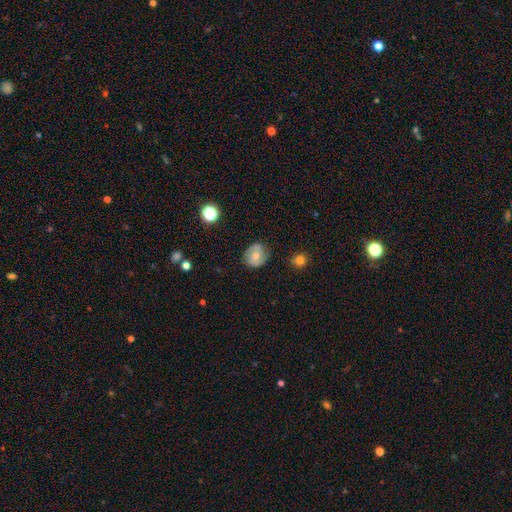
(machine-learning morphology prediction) type=smooth (47%); merging=none (78%).